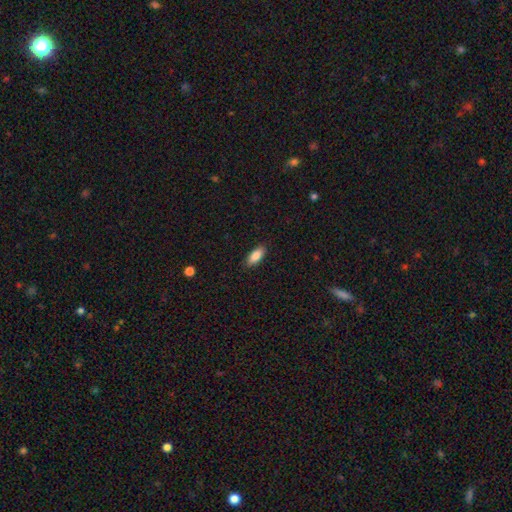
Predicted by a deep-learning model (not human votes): The model was most divided on "how rounded": in between: 83%, cigar-shaped: 15%, round: 2%. More confident: merging — none (88%); smooth or featured — smooth (88%).